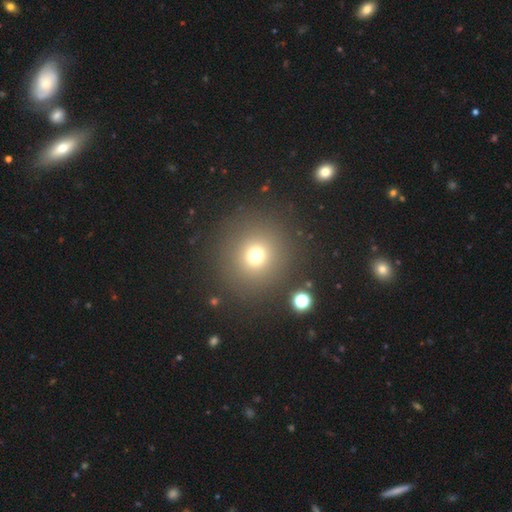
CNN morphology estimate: type=smooth (70%); roundness=round (93%); merging=none (86%).